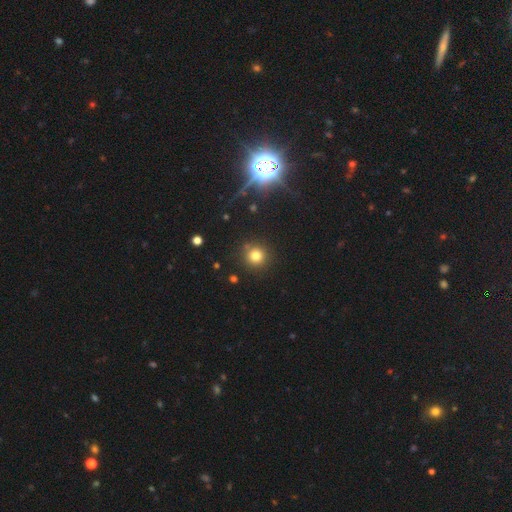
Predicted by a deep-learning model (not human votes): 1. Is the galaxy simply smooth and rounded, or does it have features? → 78% smooth, 15% star or artifact, 6% featured or disk.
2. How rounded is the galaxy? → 93% round, 6% in between, 1% cigar-shaped.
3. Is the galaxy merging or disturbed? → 85% none, 8% minor disturbance, 4% merger, 3% major disturbance.